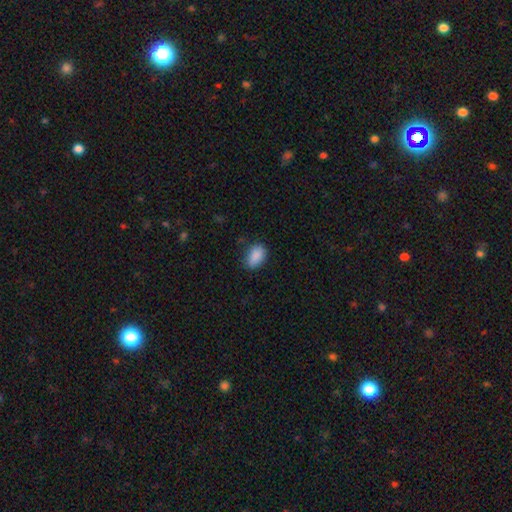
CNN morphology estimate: A smooth galaxy with no disk features (89%) that is in between round and cigar-shaped (88%). Merging: none (74%).